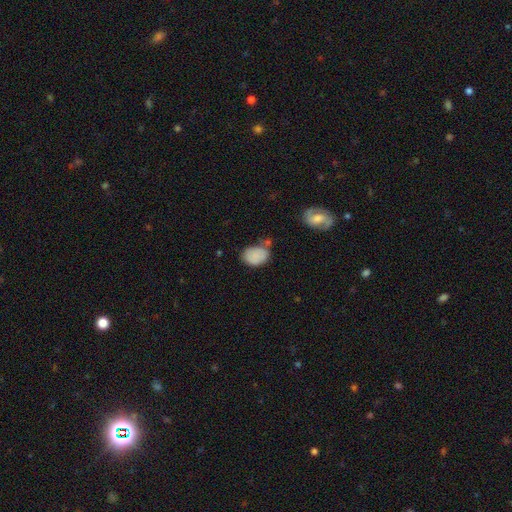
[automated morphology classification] smooth_or_featured: smooth (p=0.84) [alt: featured or disk p=0.08]
how_rounded: in between (p=0.80) [alt: round p=0.19]
merging: none (p=0.53) [alt: minor disturbance p=0.27]